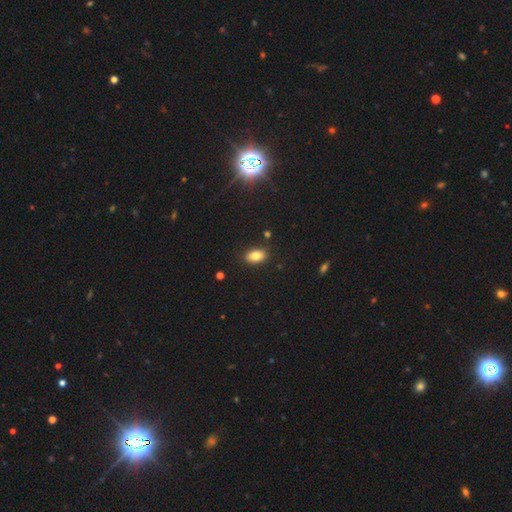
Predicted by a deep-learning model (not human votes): Q: Smooth or featured?
A: smooth (81%); runner-up: star or artifact (10%)
Q: How rounded?
A: in between (88%); runner-up: round (10%)
Q: Merging?
A: none (86%); runner-up: minor disturbance (10%)